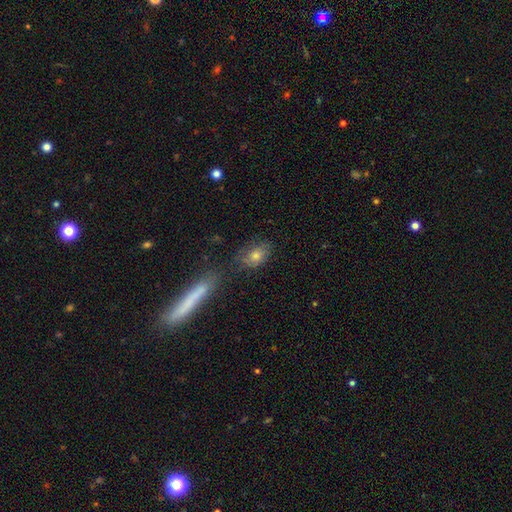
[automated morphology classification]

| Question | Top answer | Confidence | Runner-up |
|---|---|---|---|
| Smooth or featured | smooth | 70% | featured or disk (19%) |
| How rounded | in between | 65% | round (22%) |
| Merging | none | 65% | minor disturbance (18%) |